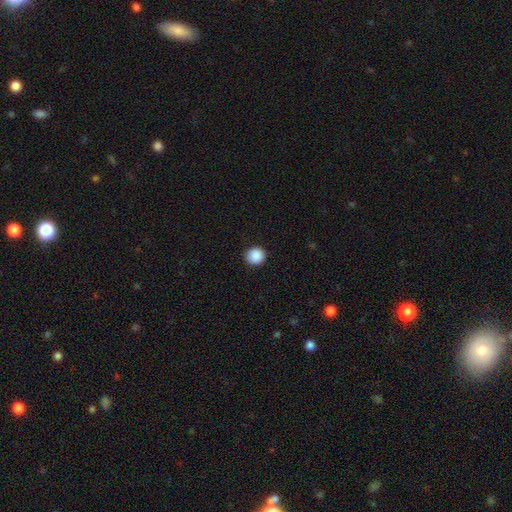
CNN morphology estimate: This is clearly a smooth galaxy (89%). How rounded: clearly round (91%). Merging: clearly none (92%).